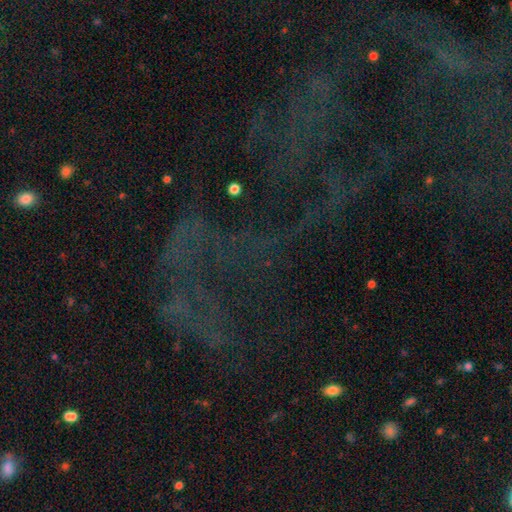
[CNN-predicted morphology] Overall: star or artifact (68%).